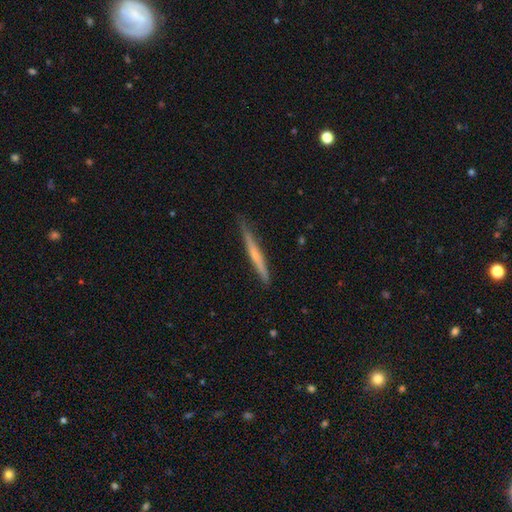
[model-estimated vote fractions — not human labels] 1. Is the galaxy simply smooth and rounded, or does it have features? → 55% featured or disk, 39% smooth, 6% star or artifact.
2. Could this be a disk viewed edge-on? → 97% yes, 3% no.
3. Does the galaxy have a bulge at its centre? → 52% none, 42% rounded, 5% boxy.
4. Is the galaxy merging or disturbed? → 86% none, 11% minor disturbance, 2% major disturbance, 1% merger.